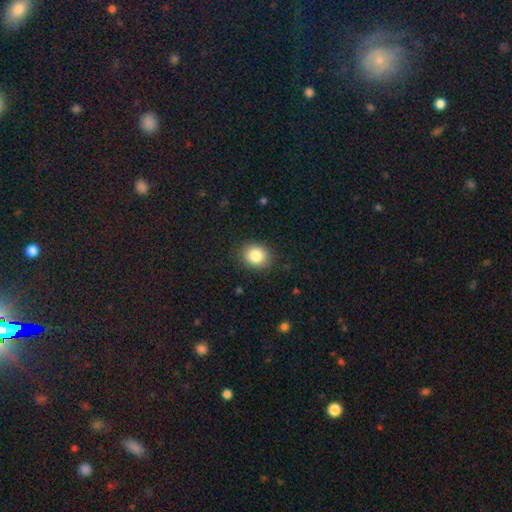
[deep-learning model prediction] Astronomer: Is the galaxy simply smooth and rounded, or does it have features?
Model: smooth — 84%.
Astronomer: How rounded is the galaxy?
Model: round — 75%.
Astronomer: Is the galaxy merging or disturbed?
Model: none — 89%.